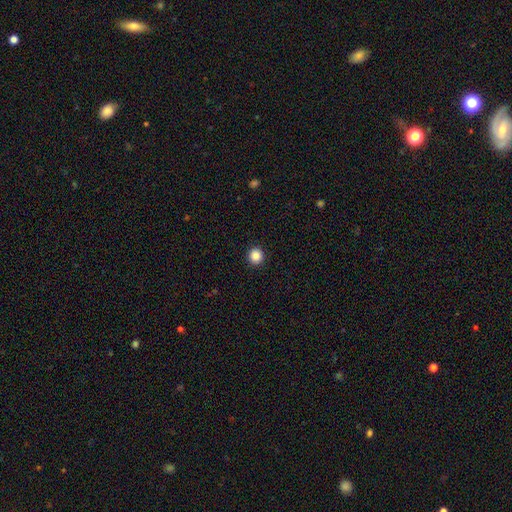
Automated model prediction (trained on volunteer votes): smooth-or-featured: smooth: 87% | star or artifact: 10% | featured or disk: 3%
  how-rounded: round: 94% | in between: 5% | cigar-shaped: 1%
  merging: none: 93% | minor disturbance: 4% | major disturbance: 2% | merger: 1%